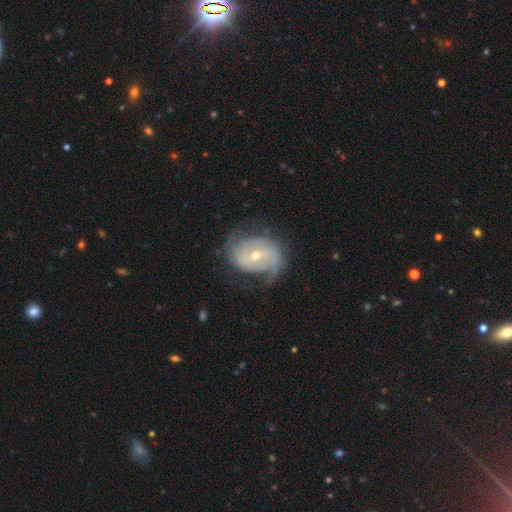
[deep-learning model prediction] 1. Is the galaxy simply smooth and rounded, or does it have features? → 83% featured or disk, 11% smooth, 6% star or artifact.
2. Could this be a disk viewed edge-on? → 96% no, 4% yes.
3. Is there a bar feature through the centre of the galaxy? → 46% no, 39% weak, 16% strong.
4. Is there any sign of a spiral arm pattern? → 91% yes, 9% no.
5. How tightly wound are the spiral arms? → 42% tight, 38% medium, 20% loose.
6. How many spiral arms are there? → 55% 2, 21% can't tell, 10% 1, 8% 3, 3% 4, 3% more than 4.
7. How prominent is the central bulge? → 49% moderate, 48% small, 2% large, 1% none, 1% dominant.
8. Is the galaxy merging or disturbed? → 62% none, 22% minor disturbance, 15% major disturbance, 1% merger.